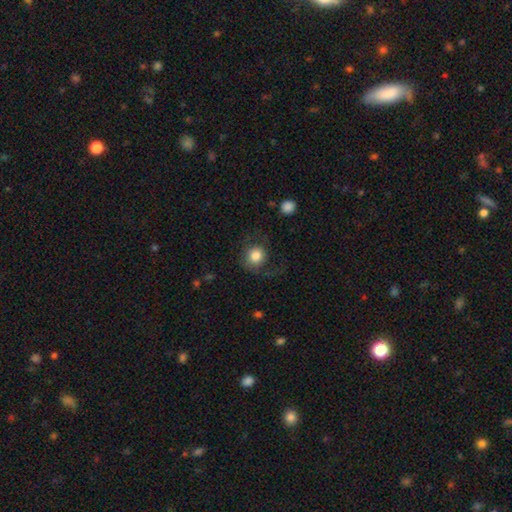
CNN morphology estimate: Q: Smooth or featured?
A: smooth (80%); runner-up: featured or disk (12%)
Q: How rounded?
A: round (87%); runner-up: in between (13%)
Q: Merging?
A: none (60%); runner-up: major disturbance (21%)